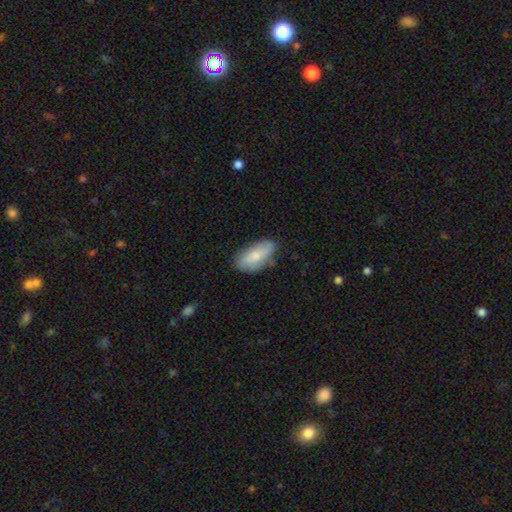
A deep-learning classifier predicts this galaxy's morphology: This is likely a smooth galaxy (75%). How rounded: clearly in between (89%). Merging: likely none (72%).